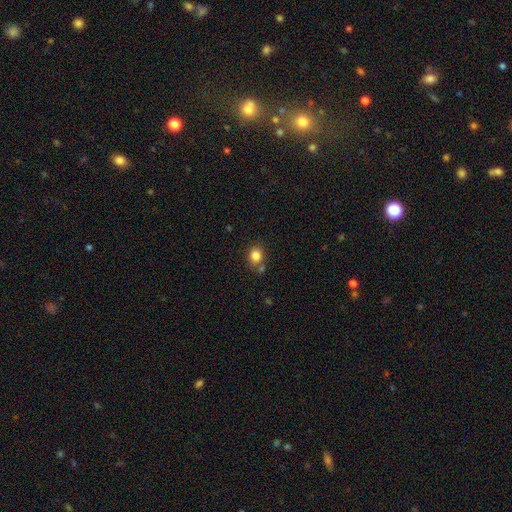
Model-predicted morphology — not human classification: Overall: smooth (83%). How rounded: round (54%; in between 45%). Merging: none (69%).